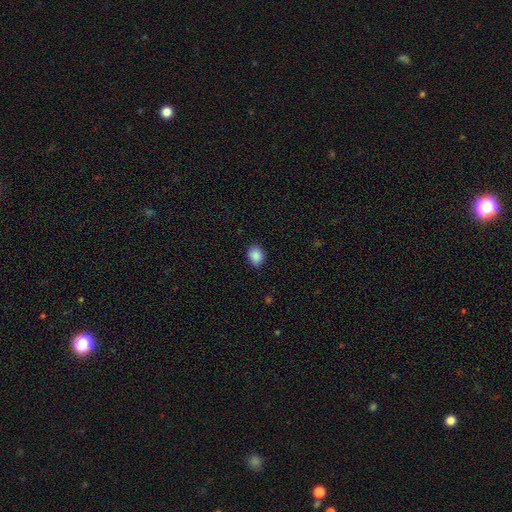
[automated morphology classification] Overall: smooth (89%). How rounded: round (50%; in between 49%). Merging: none (85%).